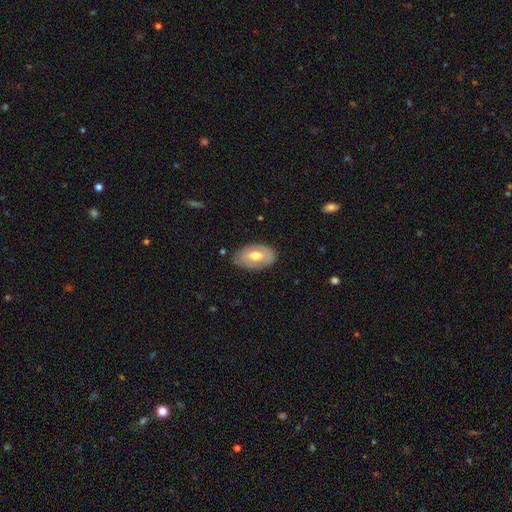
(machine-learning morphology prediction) This appears to be a smooth galaxy with no disk features (55%) that is in between round and cigar-shaped (92%). Merging: none (79%).